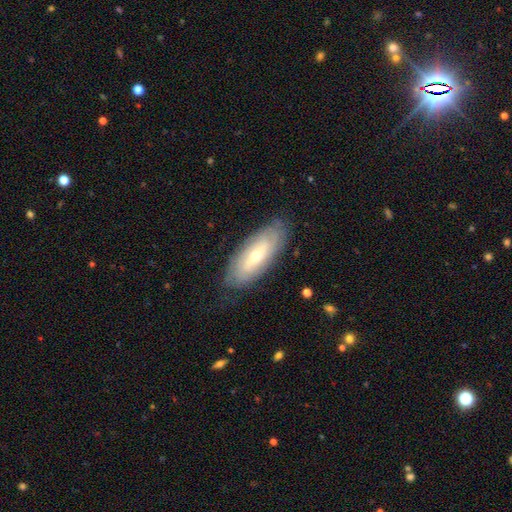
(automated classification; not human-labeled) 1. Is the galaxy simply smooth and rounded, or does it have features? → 62% featured or disk, 31% smooth, 7% star or artifact.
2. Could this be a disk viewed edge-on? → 83% no, 17% yes.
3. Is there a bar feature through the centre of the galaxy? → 55% no, 33% weak, 13% strong.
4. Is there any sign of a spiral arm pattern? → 73% yes, 27% no.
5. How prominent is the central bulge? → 56% small, 40% moderate, 2% large, 1% none, 1% dominant.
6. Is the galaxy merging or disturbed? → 81% none, 14% minor disturbance, 4% major disturbance, 1% merger.